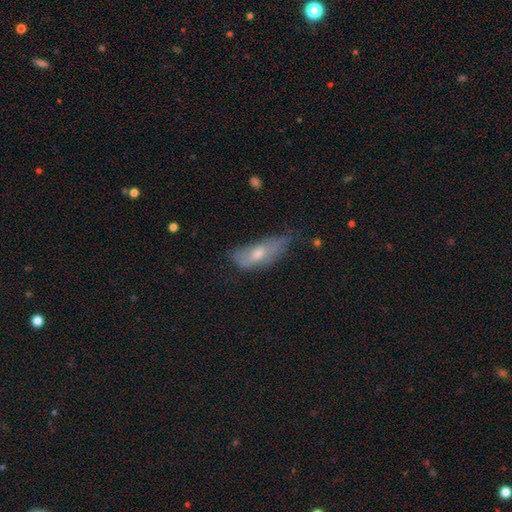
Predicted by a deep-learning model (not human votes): This is possibly a smooth galaxy (52%). How rounded: likely in between (70%). Merging: marginally none (40%).